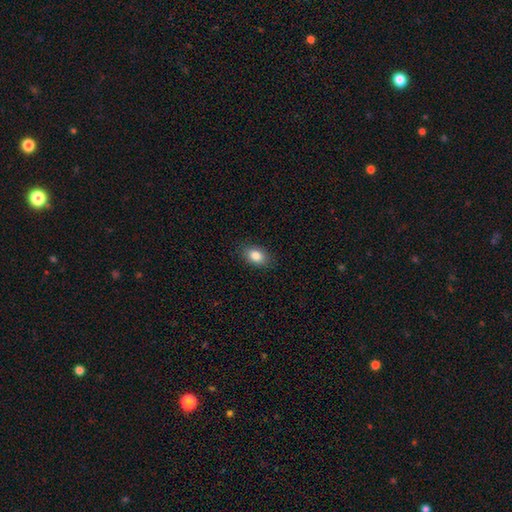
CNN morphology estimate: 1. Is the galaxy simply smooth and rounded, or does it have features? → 85% smooth, 8% star or artifact, 7% featured or disk.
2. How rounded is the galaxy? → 84% in between, 14% round, 2% cigar-shaped.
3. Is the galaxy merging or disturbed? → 87% none, 10% minor disturbance, 2% major disturbance, 1% merger.